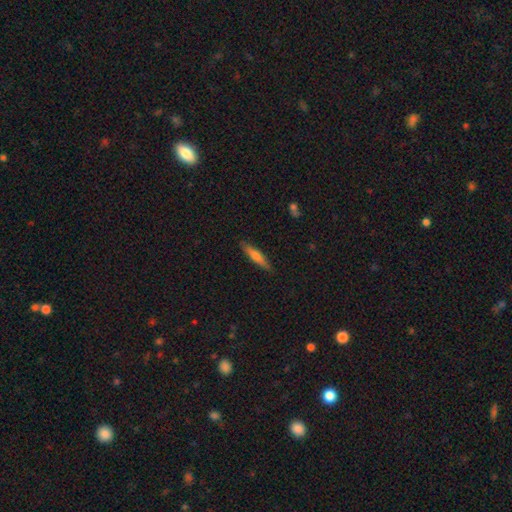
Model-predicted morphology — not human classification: This appears to be a smooth galaxy with no disk features (58%) that is cigar-shaped (89%). Merging: none (89%).